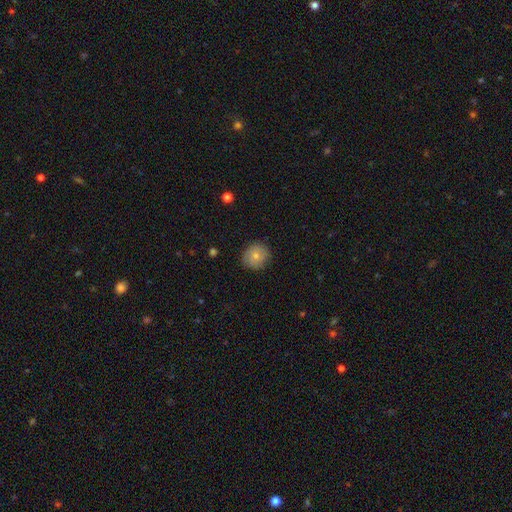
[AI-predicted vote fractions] This is likely a smooth galaxy (75%). How rounded: clearly round (88%). Merging: clearly none (84%).